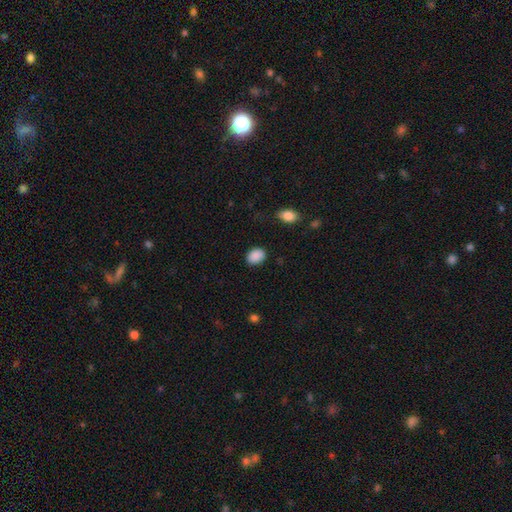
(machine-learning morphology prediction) This is clearly a smooth galaxy (90%). How rounded: likely in between (69%). Merging: clearly none (85%).